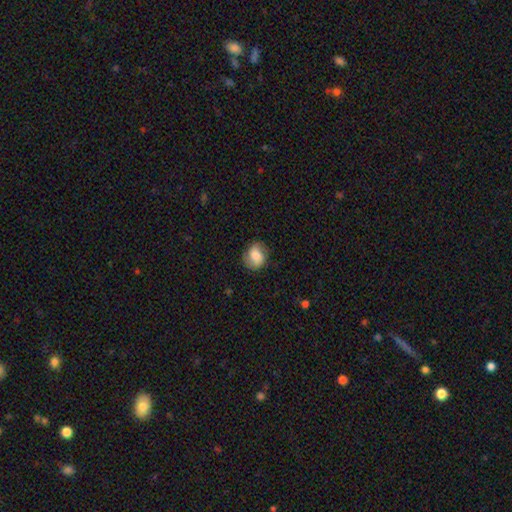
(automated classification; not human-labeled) A smooth galaxy with no disk features (68%) that is round (59%). Merging: none (74%).